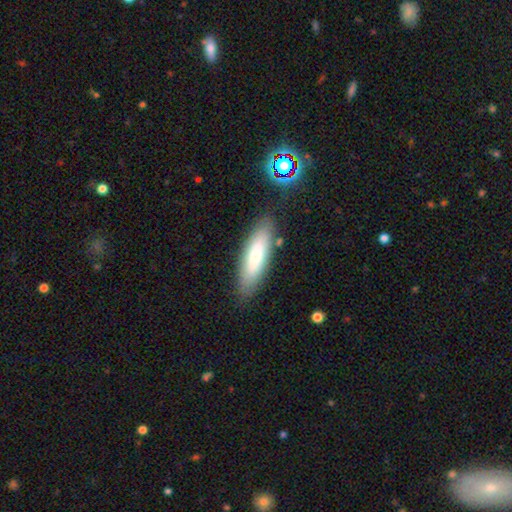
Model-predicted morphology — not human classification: Overall: smooth (70%). How rounded: cigar-shaped (52%; in between 46%). Merging: none (83%).